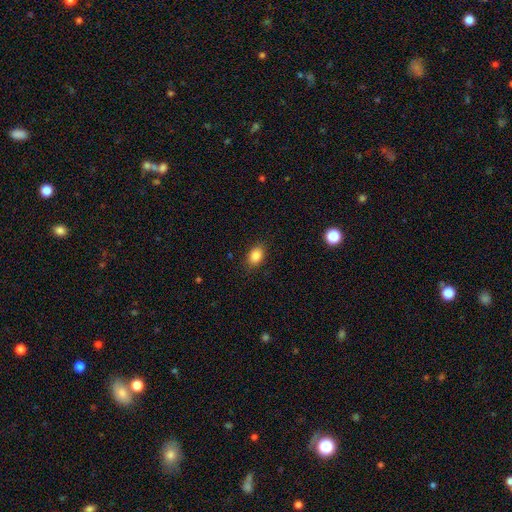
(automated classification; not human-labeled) smooth 86%, star or artifact 9%, featured or disk 5%. Down the decision tree: how rounded — in between (77%); merging — none (86%).